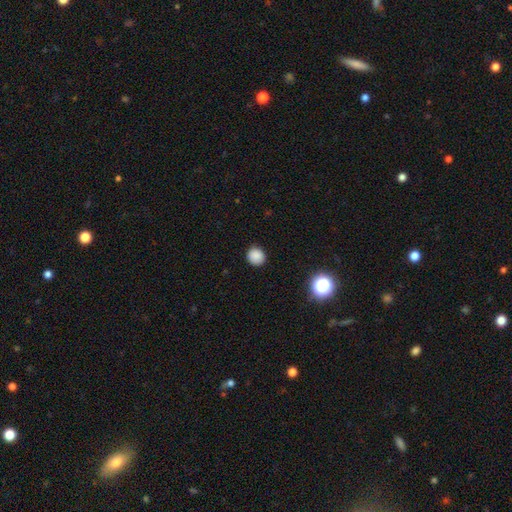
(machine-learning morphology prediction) A smooth galaxy with no disk features (86%) that is round (88%). Merging: none (90%).